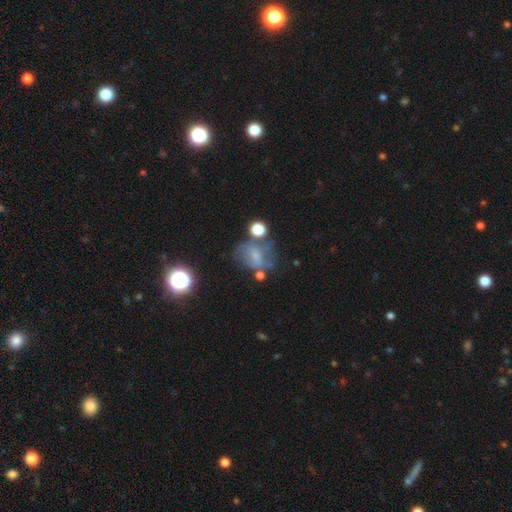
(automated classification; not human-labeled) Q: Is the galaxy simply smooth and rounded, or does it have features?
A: smooth — 45%.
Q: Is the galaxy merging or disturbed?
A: none — 40%.